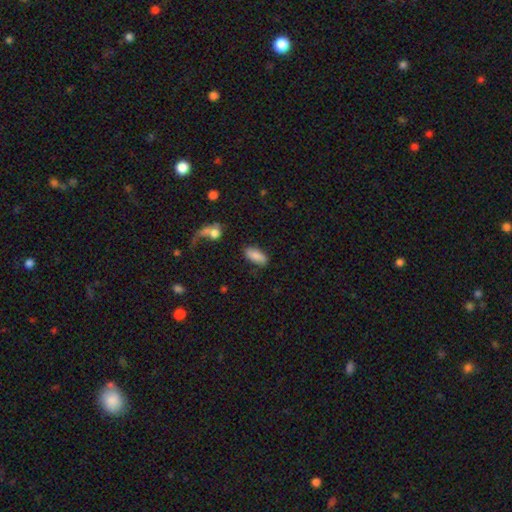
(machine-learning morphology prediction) smooth_or_featured: smooth (p=0.84) [alt: featured or disk p=0.09]
how_rounded: in between (p=0.87) [alt: cigar-shaped p=0.10]
merging: none (p=0.79) [alt: minor disturbance p=0.13]